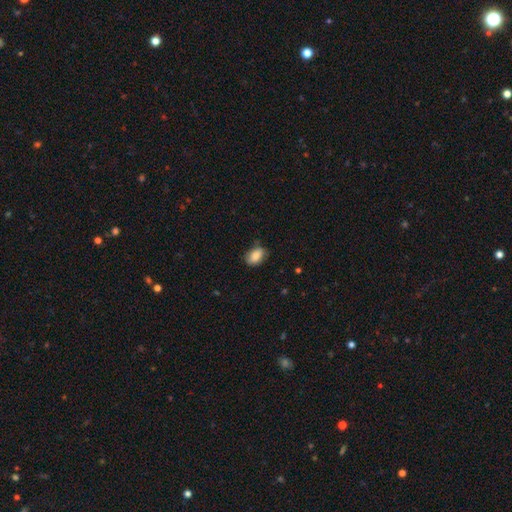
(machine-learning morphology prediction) Q: Smooth or featured?
A: smooth (85%); runner-up: featured or disk (8%)
Q: How rounded?
A: in between (83%); runner-up: round (15%)
Q: Merging?
A: none (65%); runner-up: minor disturbance (27%)